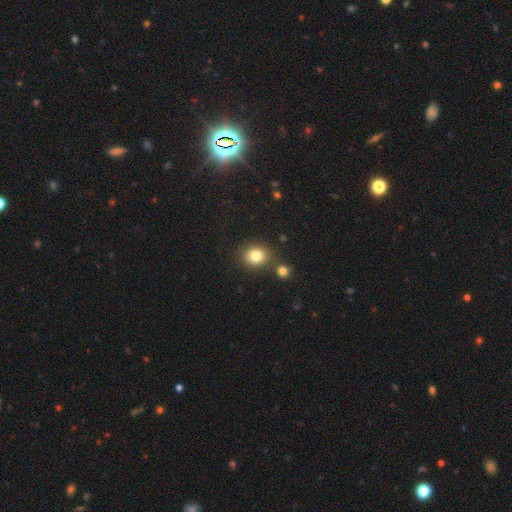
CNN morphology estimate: This appears to be a smooth galaxy with no disk features (81%) that is round (79%). Merging: none (78%).